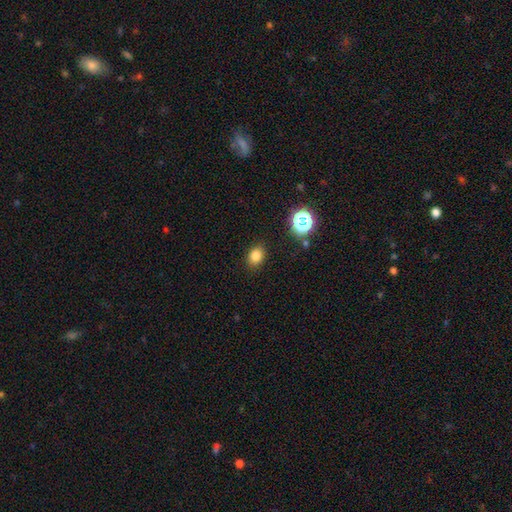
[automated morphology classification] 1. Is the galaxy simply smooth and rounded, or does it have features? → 81% smooth, 14% star or artifact, 5% featured or disk.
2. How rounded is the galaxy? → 62% in between, 37% round, 1% cigar-shaped.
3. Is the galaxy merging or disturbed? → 87% none, 9% minor disturbance, 3% major disturbance, 1% merger.